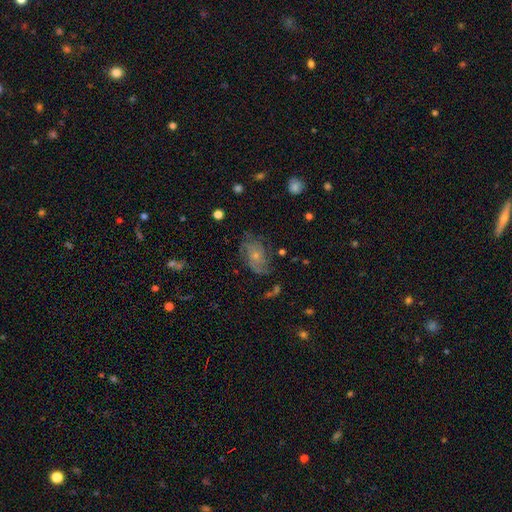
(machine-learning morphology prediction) The model was most divided on "spiral winding": medium: 41%, tight: 34%, loose: 24%. Remaining: edge-on disk — no (96%); spiral arms — yes (88%); bar — no (77%); smooth or featured — featured or disk (68%); bulge size — small (67%); merging — none (64%); spiral arm count — can't tell (35%).